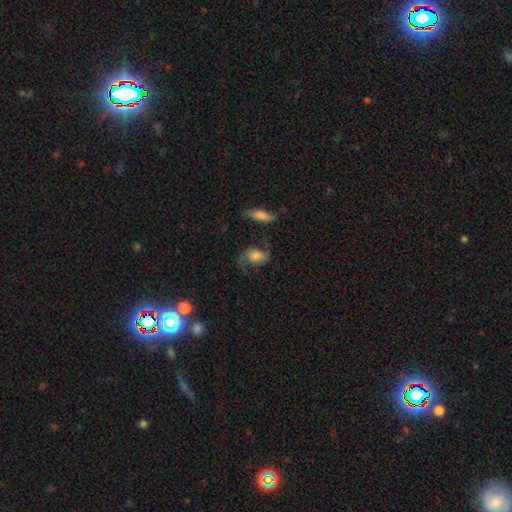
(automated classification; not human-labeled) Smooth or featured: featured or disk — 46% (smooth — 44%)
Merging: none — 46% (major disturbance — 24%)